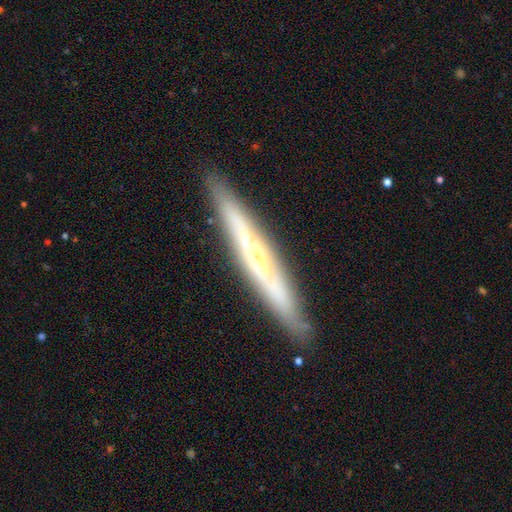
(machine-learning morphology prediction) smooth_or_featured: featured or disk (p=0.61) [alt: smooth p=0.32]
disk_edge_on: yes (p=0.91) [alt: no p=0.09]
edge_on_bulge: none (p=0.69) [alt: rounded p=0.22]
merging: none (p=0.88) [alt: minor disturbance p=0.09]